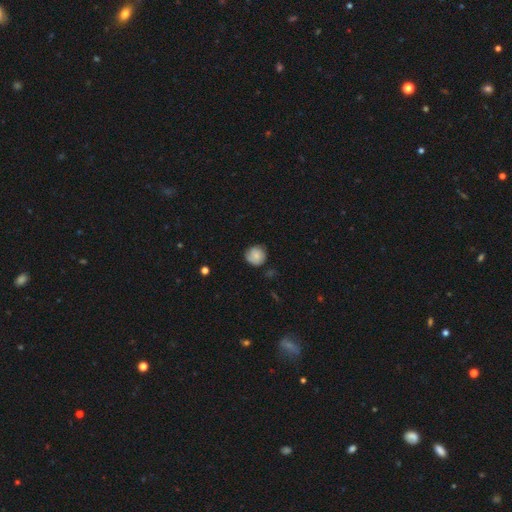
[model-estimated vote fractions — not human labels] A smooth galaxy with no disk features (69%) that is round (88%).

Vote fractions:
- Smooth or featured? smooth: 69% / featured or disk: 23% / star or artifact: 8%
- How rounded? round: 88% / in between: 11% / cigar-shaped: 1%
- Merging? none: 73% / minor disturbance: 21% / major disturbance: 4% / merger: 2%